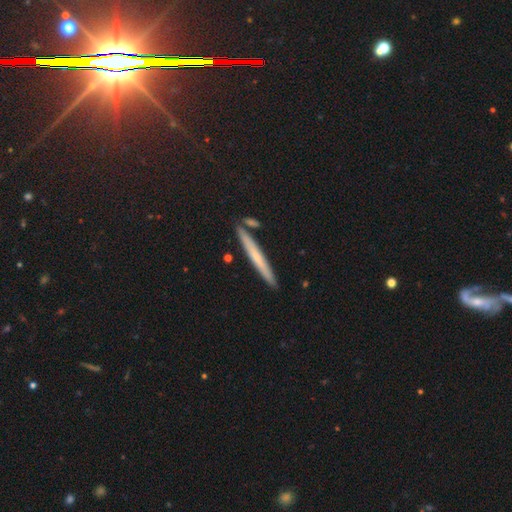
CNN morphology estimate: smooth 50%, featured or disk 43%, star or artifact 7%. Down the decision tree: merging — none (85%).